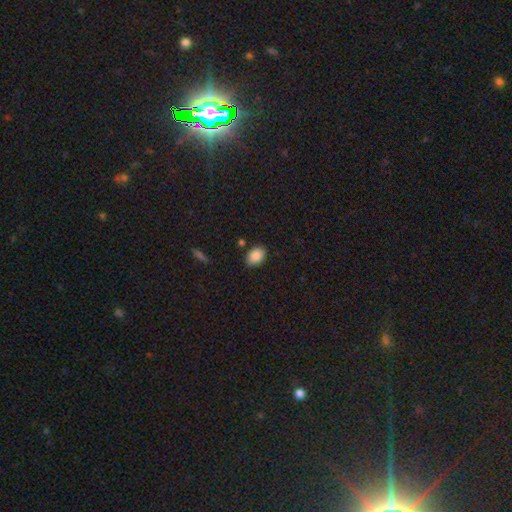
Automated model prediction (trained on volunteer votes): Smooth or featured?
  - smooth: 88% *
  - star or artifact: 8%
  - featured or disk: 4%
How rounded?
  - in between: 78% *
  - round: 21%
  - cigar-shaped: 1%
Merging?
  - none: 84% *
  - minor disturbance: 11%
  - merger: 3%
  - major disturbance: 2%